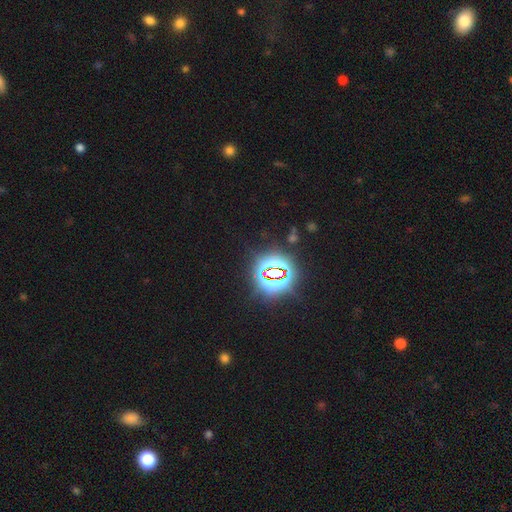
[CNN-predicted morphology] This appears to be a star or artifact, not a galaxy (82%).